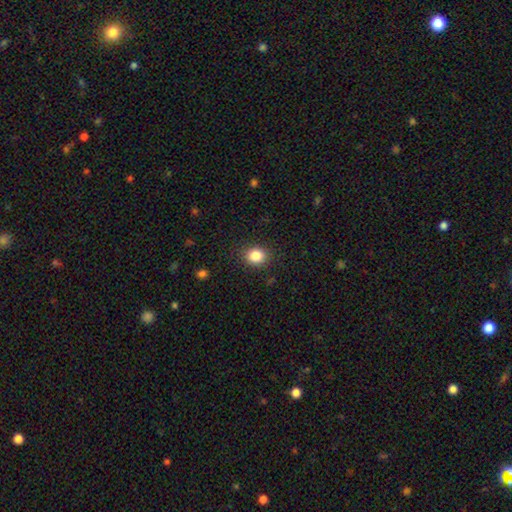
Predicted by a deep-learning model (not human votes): Smooth or featured?
  - smooth: 85% *
  - star or artifact: 10%
  - featured or disk: 5%
How rounded?
  - round: 68% *
  - in between: 31%
  - cigar-shaped: 1%
Merging?
  - none: 87% *
  - minor disturbance: 9%
  - major disturbance: 3%
  - merger: 1%